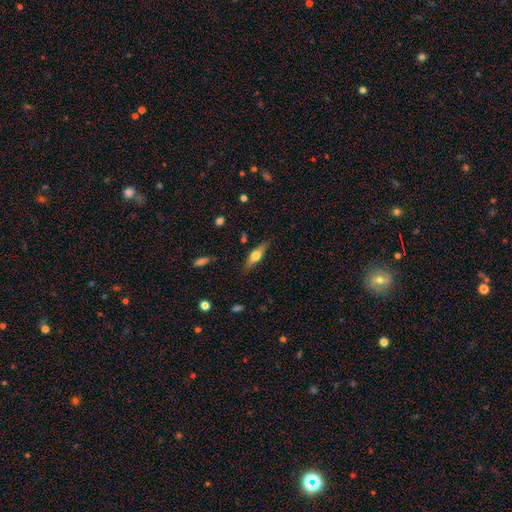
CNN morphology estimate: featured or disk 56%, smooth 37%, star or artifact 7%. Down the decision tree: edge-on disk — yes (94%); edge-on bulge — rounded (93%); merging — none (84%).